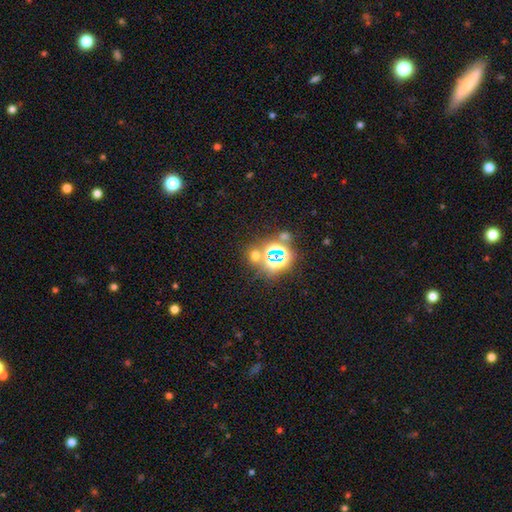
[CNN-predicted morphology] Smooth or featured?
  - star or artifact: 54% *
  - smooth: 38%
  - featured or disk: 8%